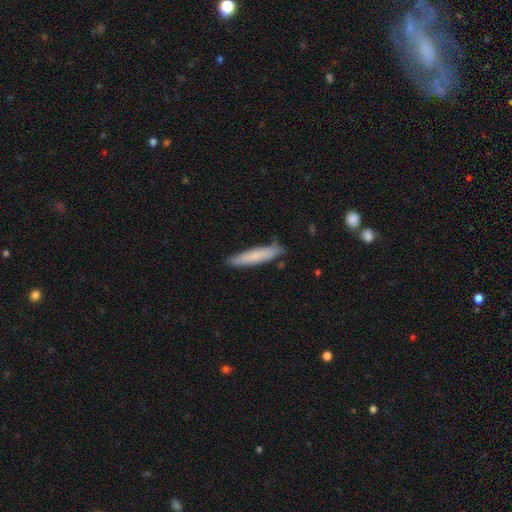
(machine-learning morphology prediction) Q: Smooth or featured?
A: smooth (72%); runner-up: featured or disk (22%)
Q: How rounded?
A: cigar-shaped (89%); runner-up: in between (10%)
Q: Merging?
A: none (80%); runner-up: minor disturbance (16%)